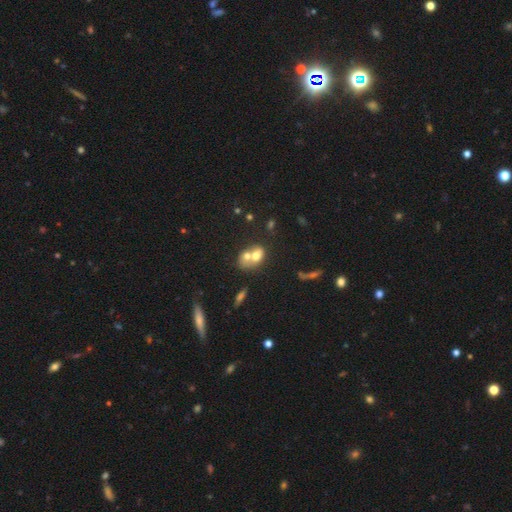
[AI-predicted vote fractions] Smooth or featured: smooth — 62% (featured or disk — 27%)
How rounded: in between — 64% (round — 35%)
Merging: merger — 69% (none — 19%)